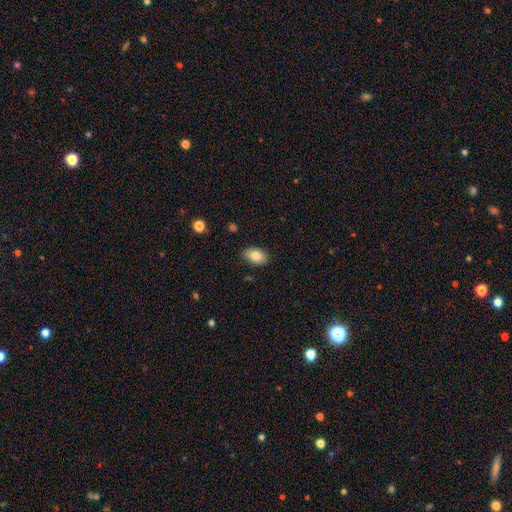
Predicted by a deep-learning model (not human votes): The model was most divided on "smooth or featured": smooth: 82%, featured or disk: 10%, star or artifact: 8%. More confident: how rounded — in between (90%); merging — none (87%).